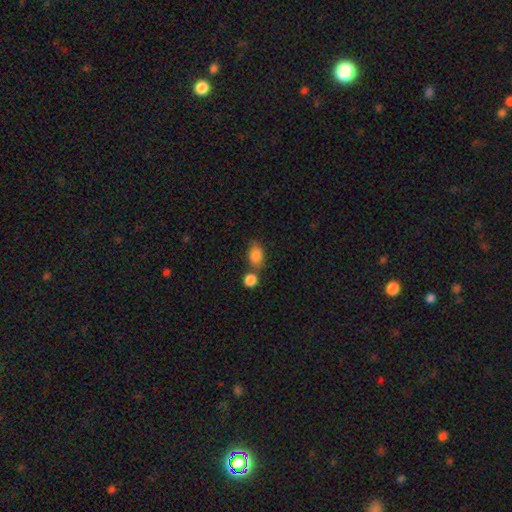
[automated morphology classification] The model was most divided on "merging": none: 53%, merger: 26%, minor disturbance: 16%, major disturbance: 5%. More confident: smooth or featured — smooth (85%); how rounded — in between (75%).